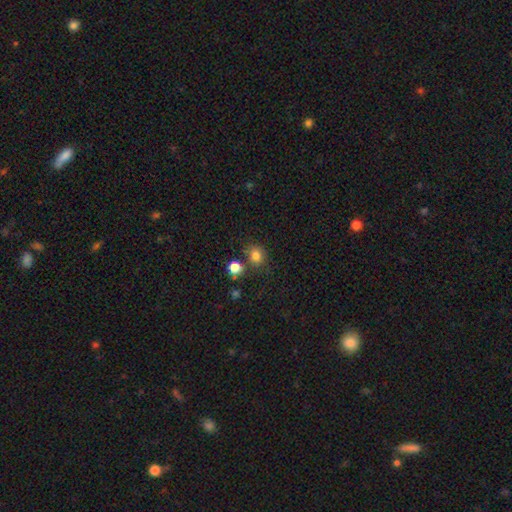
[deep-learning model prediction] A smooth galaxy with no disk features (80%) that is round (75%).

Vote fractions:
- Smooth or featured? smooth: 80% / star or artifact: 14% / featured or disk: 6%
- How rounded? round: 75% / in between: 25% / cigar-shaped: 1%
- Merging? none: 70% / merger: 13% / minor disturbance: 12% / major disturbance: 4%